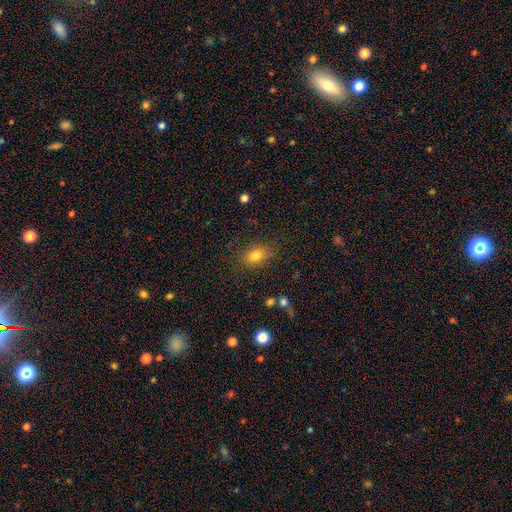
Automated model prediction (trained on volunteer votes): smooth_or_featured: smooth (p=0.79) [alt: star or artifact p=0.12]
how_rounded: in between (p=0.72) [alt: round p=0.25]
merging: none (p=0.80) [alt: minor disturbance p=0.14]